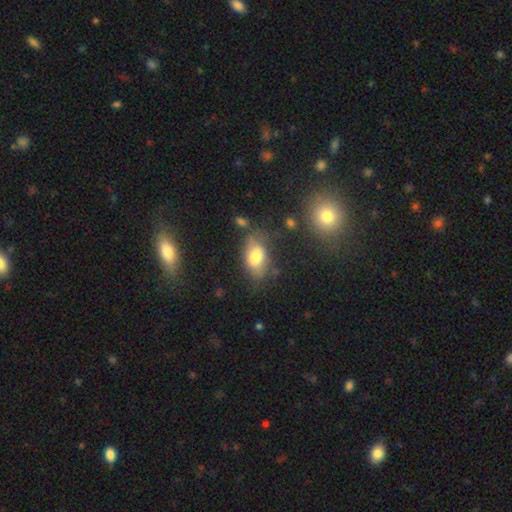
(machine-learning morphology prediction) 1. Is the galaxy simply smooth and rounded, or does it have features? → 72% smooth, 20% featured or disk, 9% star or artifact.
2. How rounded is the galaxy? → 90% in between, 7% round, 4% cigar-shaped.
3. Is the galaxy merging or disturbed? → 62% none, 23% minor disturbance, 9% major disturbance, 6% merger.